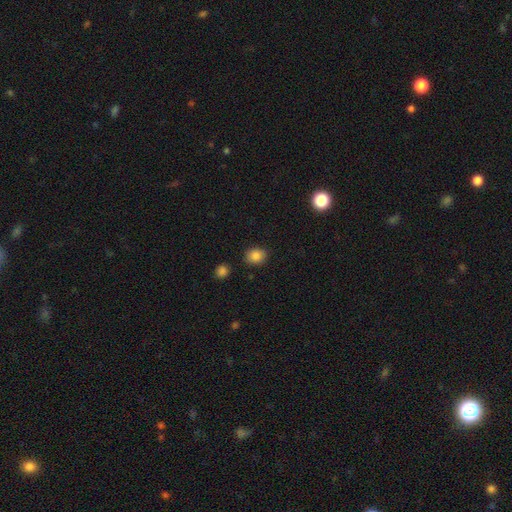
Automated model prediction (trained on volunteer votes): smooth-or-featured: smooth: 85% | star or artifact: 10% | featured or disk: 5%
  how-rounded: round: 60% | in between: 40% | cigar-shaped: 1%
  merging: none: 86% | minor disturbance: 9% | merger: 2% | major disturbance: 2%